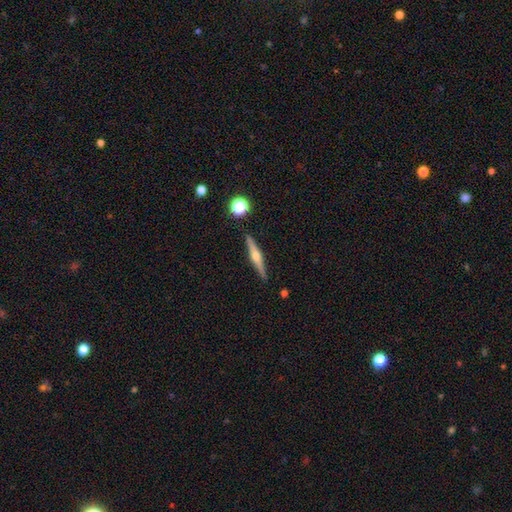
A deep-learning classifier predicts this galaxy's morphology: This appears to be a featured or disk galaxy (70%) viewed edge-on (98%) with a rounded central bulge (92%). Merging: none (90%).